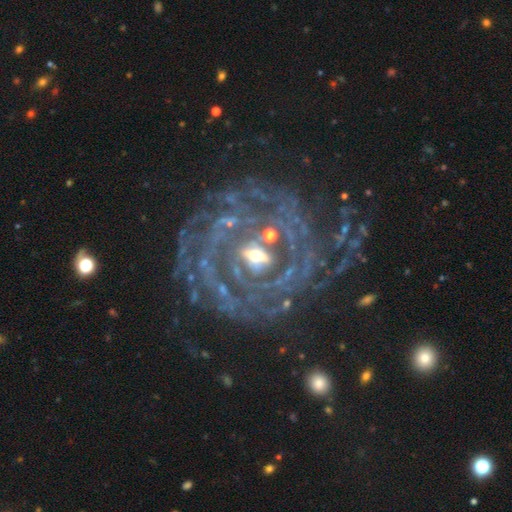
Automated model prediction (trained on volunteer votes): This appears to be a featured or disk galaxy (88%) with a strong bar (52%), tight (70%) spiral arms (92%) and a moderate central bulge (46%). Merging: none (64%).